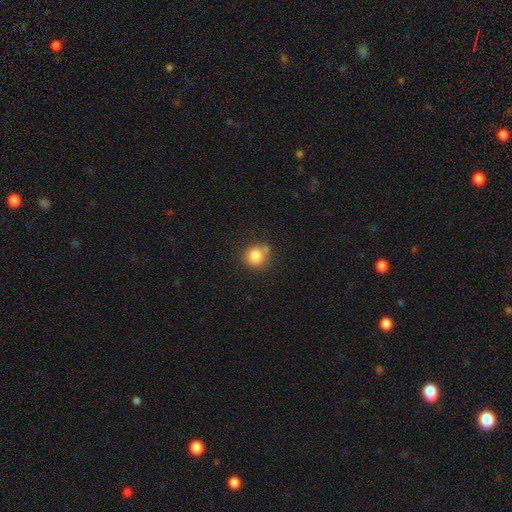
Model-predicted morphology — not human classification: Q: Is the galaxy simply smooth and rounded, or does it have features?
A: smooth — 83%.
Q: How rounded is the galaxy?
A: round — 87%.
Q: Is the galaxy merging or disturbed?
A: none — 67%.